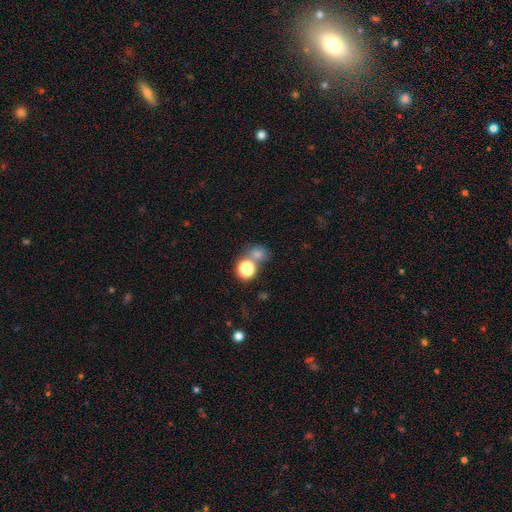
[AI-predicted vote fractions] A smooth galaxy with no disk features (71%) that is round (73%).

Vote fractions:
- Smooth or featured? smooth: 71% / star or artifact: 21% / featured or disk: 8%
- How rounded? round: 73% / in between: 26% / cigar-shaped: 1%
- Merging? none: 52% / merger: 35% / minor disturbance: 9% / major disturbance: 5%